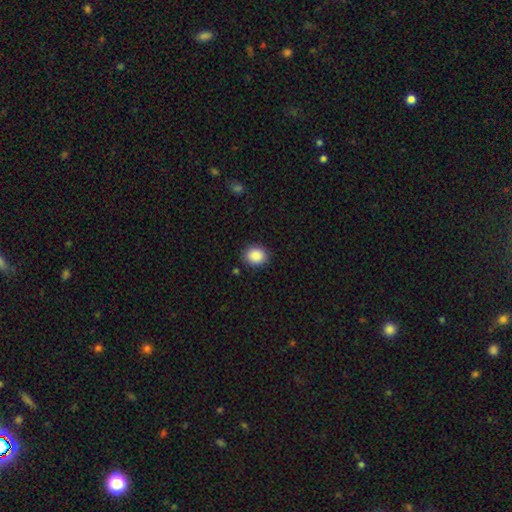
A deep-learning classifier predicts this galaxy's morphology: type=smooth (89%); roundness=round (64%); merging=none (88%).